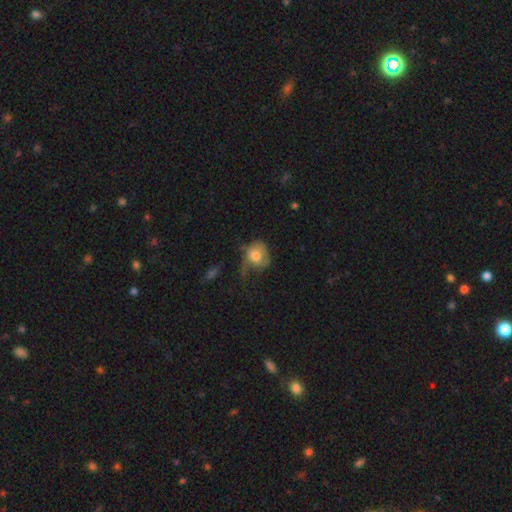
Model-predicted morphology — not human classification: smooth_or_featured: smooth (p=0.65) [alt: featured or disk p=0.27]
how_rounded: round (p=0.57) [alt: in between p=0.42]
merging: major disturbance (p=0.43) [alt: none p=0.27]